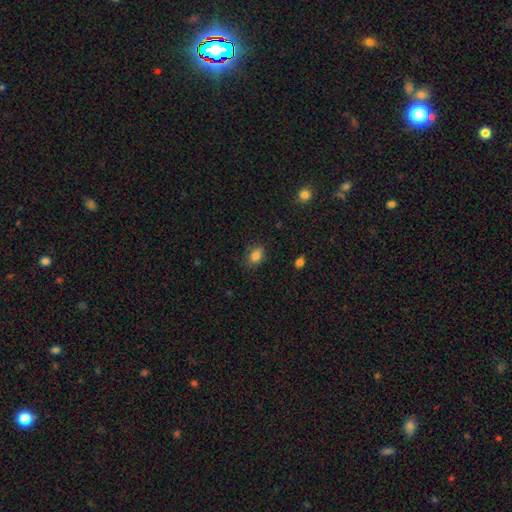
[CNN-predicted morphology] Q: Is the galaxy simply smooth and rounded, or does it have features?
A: smooth — 84%.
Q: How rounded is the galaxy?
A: in between — 71%.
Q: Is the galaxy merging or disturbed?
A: none — 82%.